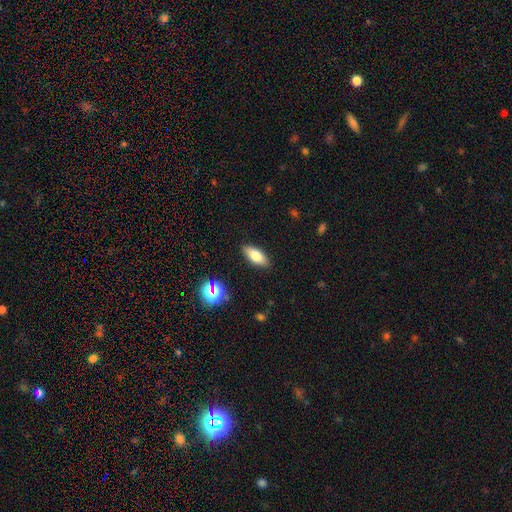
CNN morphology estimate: Smooth or featured?
  - smooth: 76% *
  - featured or disk: 15%
  - star or artifact: 9%
How rounded?
  - in between: 80% *
  - cigar-shaped: 17%
  - round: 3%
Merging?
  - none: 88% *
  - minor disturbance: 9%
  - major disturbance: 2%
  - merger: 1%